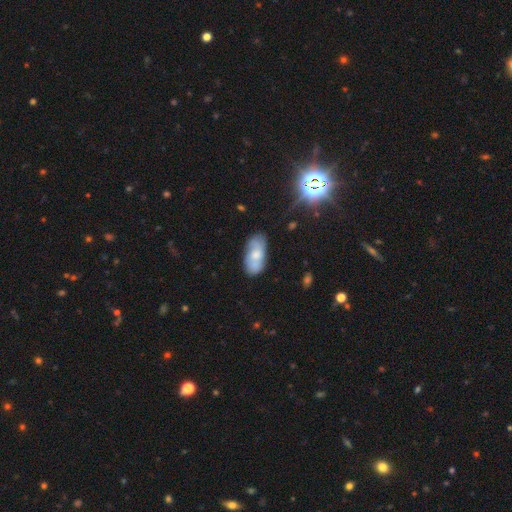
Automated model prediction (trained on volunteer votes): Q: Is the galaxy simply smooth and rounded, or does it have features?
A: smooth — 56%.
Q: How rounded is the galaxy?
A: in between — 91%.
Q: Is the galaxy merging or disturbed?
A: none — 69%.